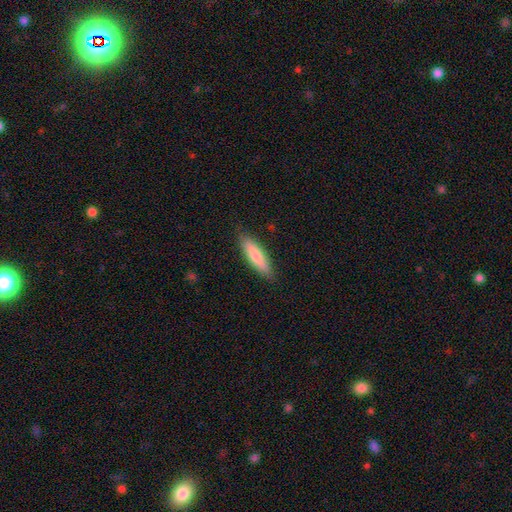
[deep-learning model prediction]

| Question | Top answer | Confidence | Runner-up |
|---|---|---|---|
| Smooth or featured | smooth | 78% | featured or disk (16%) |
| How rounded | cigar-shaped | 66% | in between (32%) |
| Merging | none | 86% | minor disturbance (11%) |